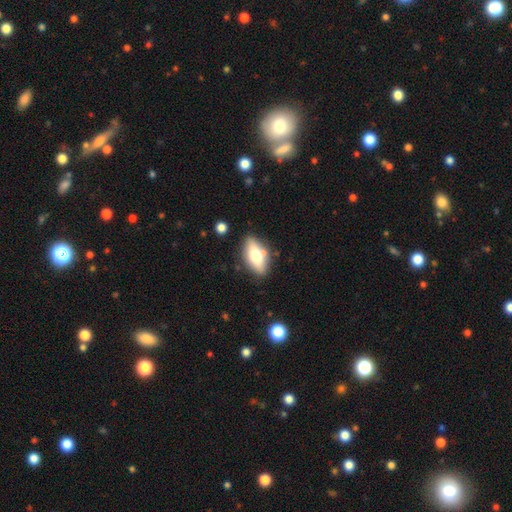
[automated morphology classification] Smooth or featured? smooth (61%)
How rounded? in between (83%)
Merging? none (79%)